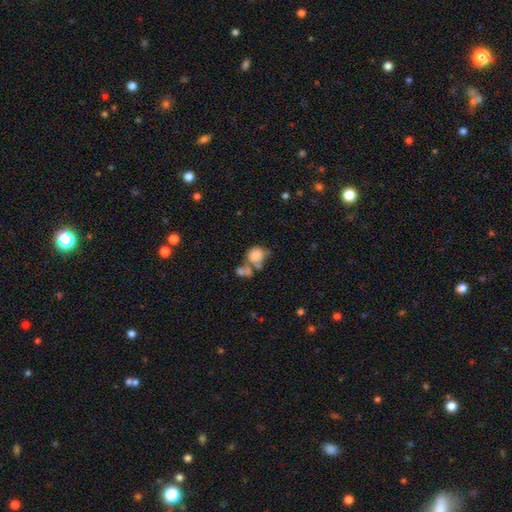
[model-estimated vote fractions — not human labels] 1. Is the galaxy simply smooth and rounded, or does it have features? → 77% smooth, 14% featured or disk, 9% star or artifact.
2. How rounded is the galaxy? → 69% round, 30% in between, 1% cigar-shaped.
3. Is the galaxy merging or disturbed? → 44% merger, 30% none, 14% minor disturbance, 12% major disturbance.